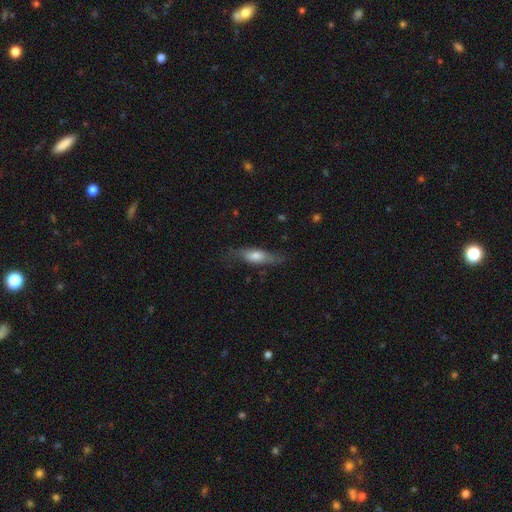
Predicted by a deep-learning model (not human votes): This is possibly a smooth galaxy (59%). How rounded: possibly cigar-shaped (49%). Merging: likely none (64%).